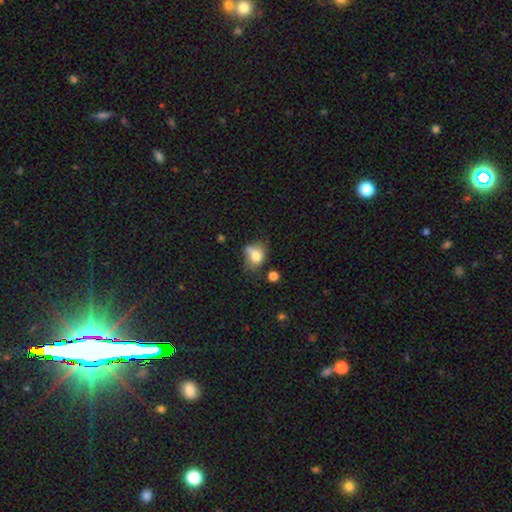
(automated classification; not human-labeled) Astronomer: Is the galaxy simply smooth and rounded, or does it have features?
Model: smooth — 75%.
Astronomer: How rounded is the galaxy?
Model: round — 52% (runner-up: in between, 47%).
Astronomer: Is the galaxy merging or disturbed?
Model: none — 38% (runner-up: minor disturbance, 29%).